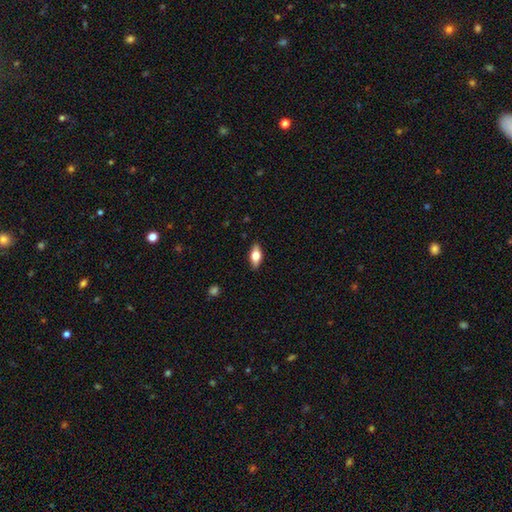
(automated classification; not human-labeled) Smooth or featured: smooth — 59% (featured or disk — 33%)
How rounded: in between — 80% (cigar-shaped — 16%)
Merging: none — 88% (minor disturbance — 9%)